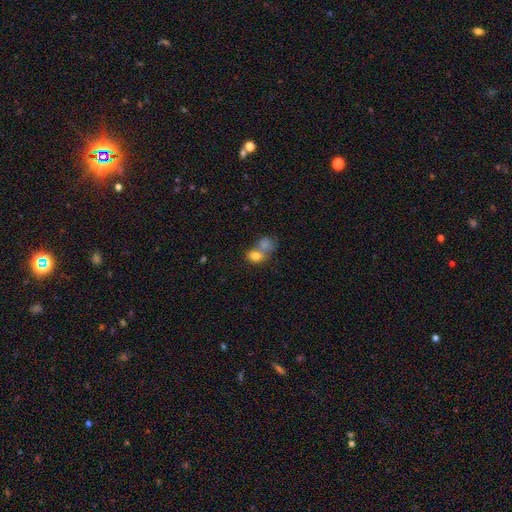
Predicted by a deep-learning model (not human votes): smooth-or-featured: smooth: 77% | featured or disk: 13% | star or artifact: 10%
  how-rounded: round: 53% | in between: 46% | cigar-shaped: 1%
  merging: merger: 65% | none: 24% | minor disturbance: 7% | major disturbance: 4%